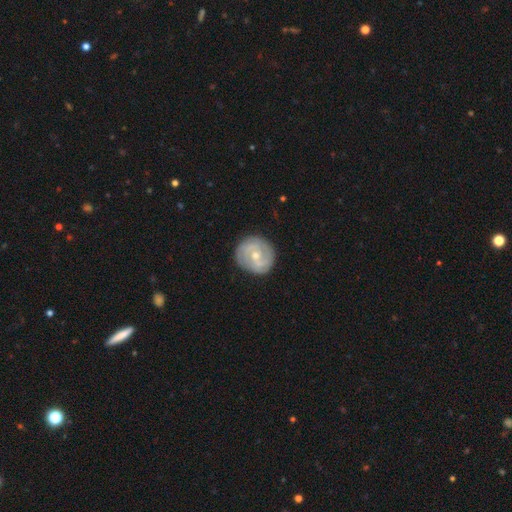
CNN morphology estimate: Overall: featured or disk (76%). Edge-on disk: no (98%). Bar: no (46%; weak 44%). Spiral arms: yes (90%). Spiral arm count: 2 (52%; can't tell 22%). Spiral winding: tight (59%; medium 32%). Bulge size: moderate (50%; small 47%). Merging: none (84%).